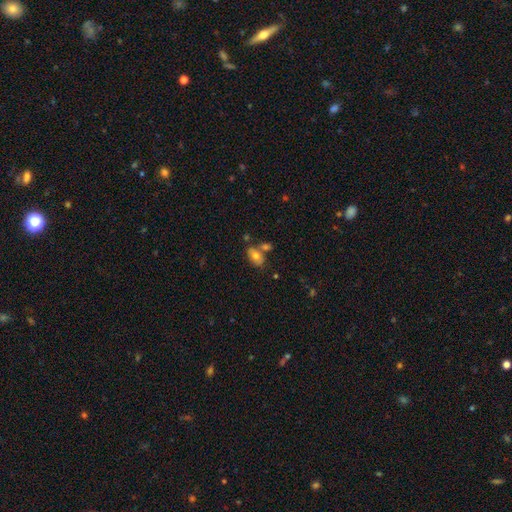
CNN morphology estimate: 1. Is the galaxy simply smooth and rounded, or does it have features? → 70% smooth, 21% featured or disk, 9% star or artifact.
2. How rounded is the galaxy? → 87% in between, 11% round, 2% cigar-shaped.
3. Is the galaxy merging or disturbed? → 55% none, 26% merger, 15% minor disturbance, 5% major disturbance.